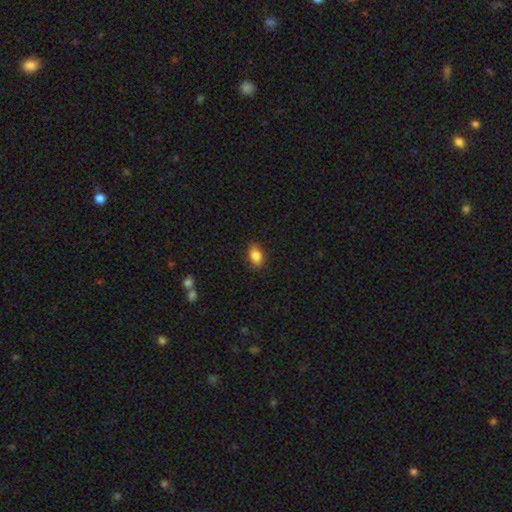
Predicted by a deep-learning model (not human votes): This appears to be a smooth galaxy with no disk features (86%) that is in between round and cigar-shaped (88%). Merging: none (87%).